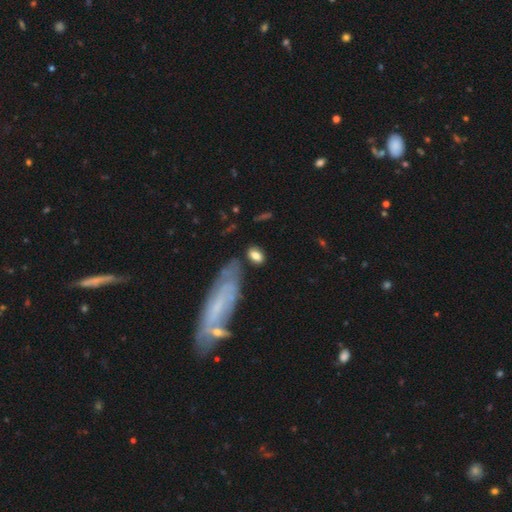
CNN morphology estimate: This appears to be a smooth galaxy with no disk features (80%) that is in between round and cigar-shaped (86%). Merging: none (68%).